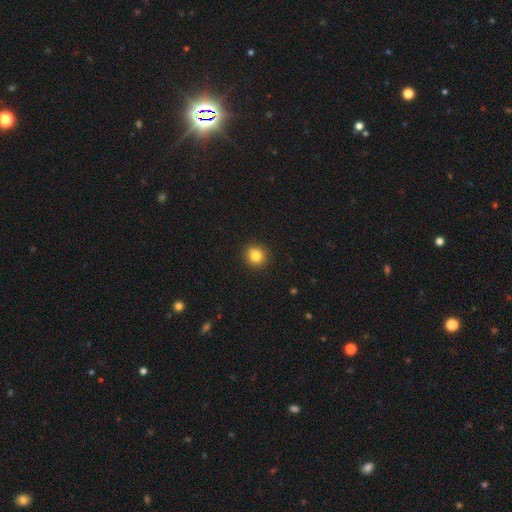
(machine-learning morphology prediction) smooth-or-featured: smooth: 84% | star or artifact: 11% | featured or disk: 5%
  how-rounded: round: 86% | in between: 13% | cigar-shaped: 1%
  merging: none: 91% | minor disturbance: 6% | major disturbance: 2% | merger: 1%